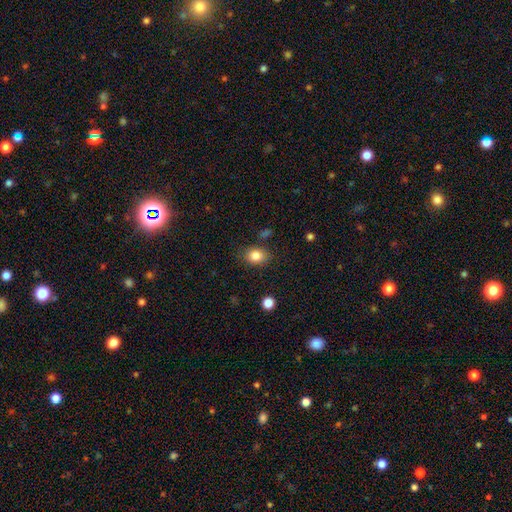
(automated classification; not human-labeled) Q: Smooth or featured?
A: smooth (84%); runner-up: star or artifact (10%)
Q: How rounded?
A: in between (54%); runner-up: round (45%)
Q: Merging?
A: none (81%); runner-up: minor disturbance (13%)